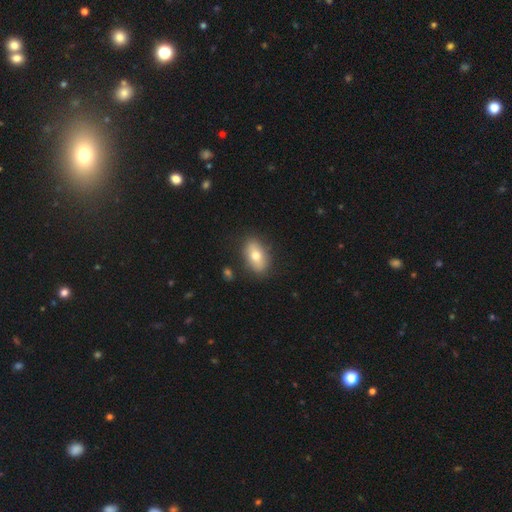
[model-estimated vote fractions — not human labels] smooth 69%, featured or disk 24%, star or artifact 7%. Down the decision tree: how rounded — in between (87%); merging — none (82%).